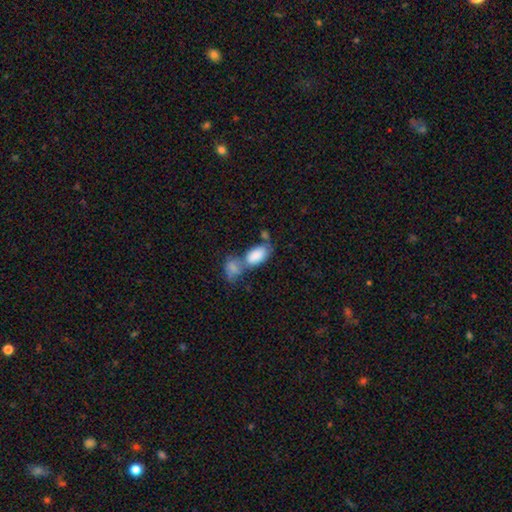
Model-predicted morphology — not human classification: A smooth galaxy with no disk features (83%) that is in between round and cigar-shaped (94%).

Vote fractions:
- Smooth or featured? smooth: 83% / featured or disk: 10% / star or artifact: 6%
- How rounded? in between: 94% / round: 4% / cigar-shaped: 3%
- Merging? merger: 57% / none: 26% / minor disturbance: 11% / major disturbance: 7%